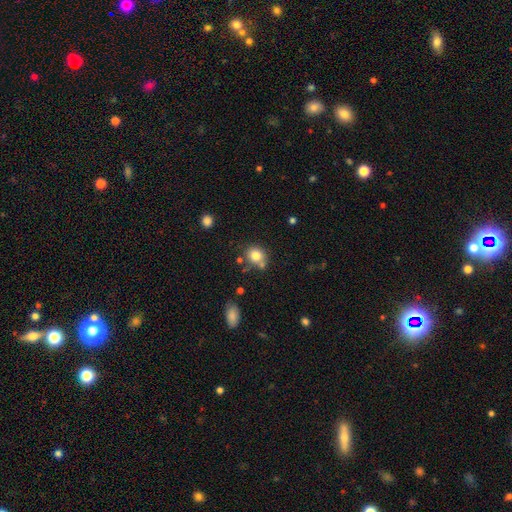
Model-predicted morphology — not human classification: A smooth galaxy with no disk features (80%) that is round (75%).

Vote fractions:
- Smooth or featured? smooth: 80% / star or artifact: 11% / featured or disk: 9%
- How rounded? round: 75% / in between: 24% / cigar-shaped: 1%
- Merging? none: 64% / merger: 16% / minor disturbance: 15% / major disturbance: 4%